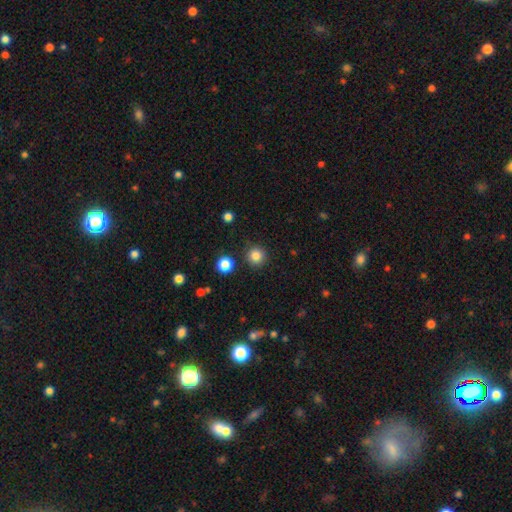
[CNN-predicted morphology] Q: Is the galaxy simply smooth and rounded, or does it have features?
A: smooth — 84%.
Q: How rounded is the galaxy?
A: round — 95%.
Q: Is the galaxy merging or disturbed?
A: none — 89%.